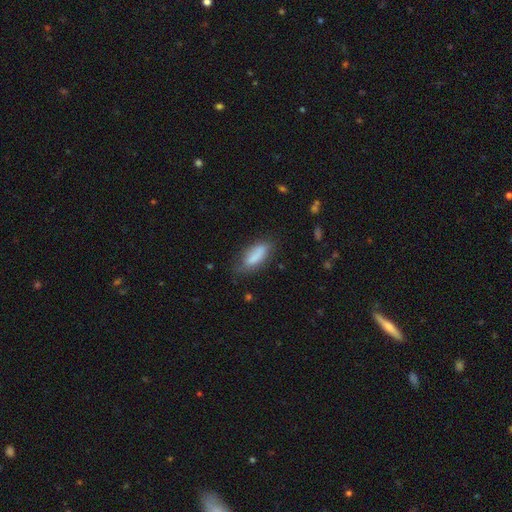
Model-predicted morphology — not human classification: This appears to be a smooth galaxy with no disk features (76%) that is in between round and cigar-shaped (67%). Merging: none (57%).